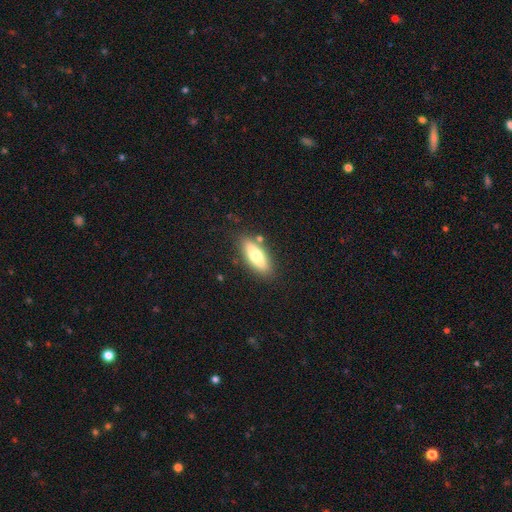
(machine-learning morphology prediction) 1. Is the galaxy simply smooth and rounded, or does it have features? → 68% smooth, 26% featured or disk, 7% star or artifact.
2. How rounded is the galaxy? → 66% in between, 32% cigar-shaped, 2% round.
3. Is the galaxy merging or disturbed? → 82% none, 11% minor disturbance, 4% merger, 3% major disturbance.